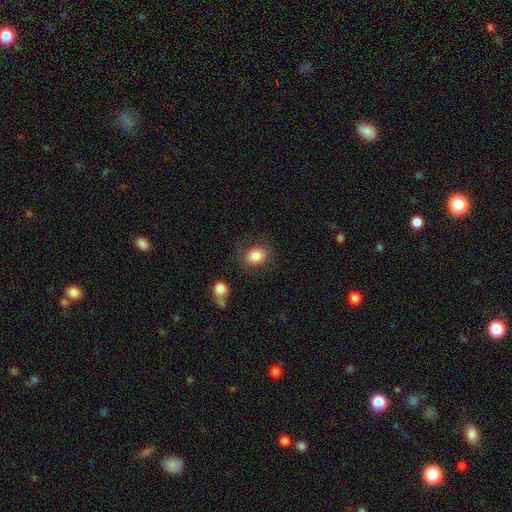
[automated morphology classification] Smooth or featured?
  - smooth: 82% *
  - featured or disk: 9%
  - star or artifact: 9%
How rounded?
  - round: 64% *
  - in between: 35%
  - cigar-shaped: 1%
Merging?
  - none: 77% *
  - minor disturbance: 13%
  - major disturbance: 6%
  - merger: 4%